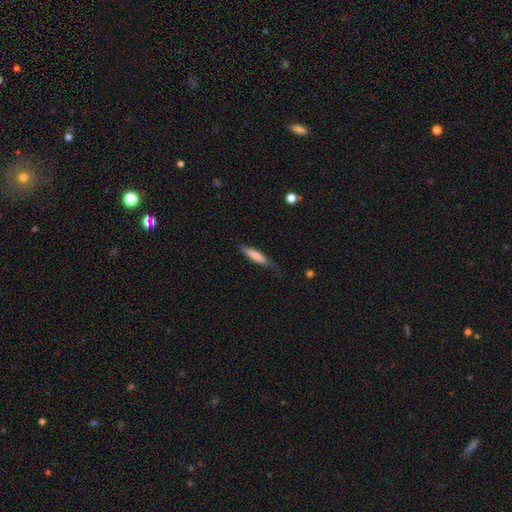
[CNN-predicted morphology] type=smooth (71%); roundness=cigar-shaped (82%); merging=none (64%).